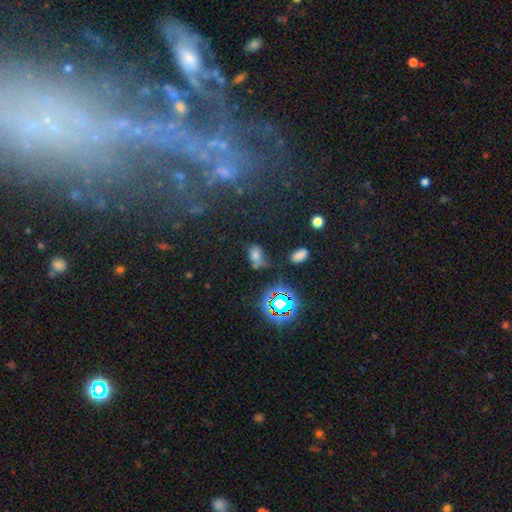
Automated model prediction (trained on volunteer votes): The model was most divided on "smooth or featured": smooth: 48%, star or artifact: 36%, featured or disk: 16%. More confident: merging — none (55%).